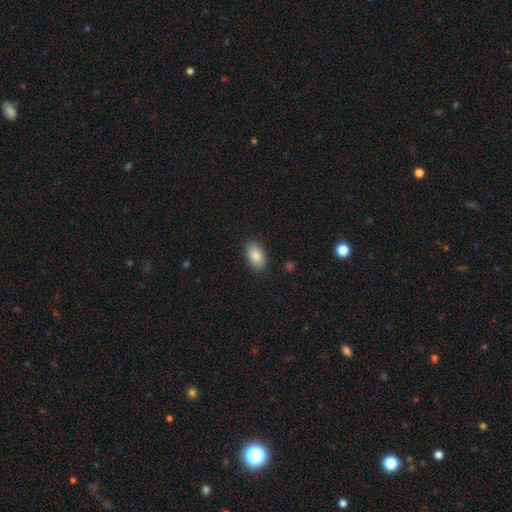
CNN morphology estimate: Q: Smooth or featured?
A: smooth (85%); runner-up: featured or disk (8%)
Q: How rounded?
A: in between (92%); runner-up: round (6%)
Q: Merging?
A: none (88%); runner-up: minor disturbance (9%)